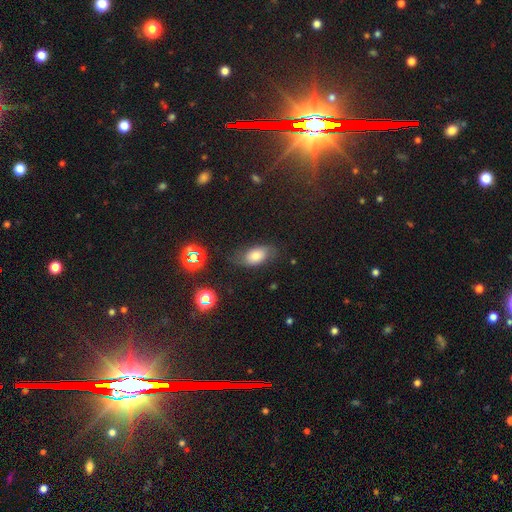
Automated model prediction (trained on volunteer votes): Smooth or featured? smooth (67%)
How rounded? in between (88%)
Merging? none (67%)